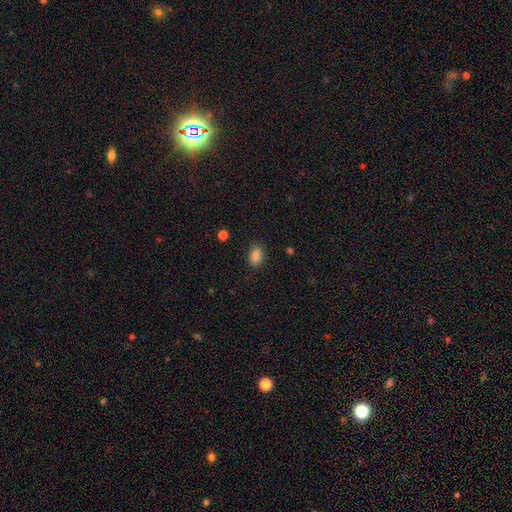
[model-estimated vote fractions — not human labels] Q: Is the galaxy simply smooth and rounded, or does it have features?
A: smooth — 85%.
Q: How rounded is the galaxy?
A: in between — 86%.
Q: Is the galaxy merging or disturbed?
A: none — 86%.